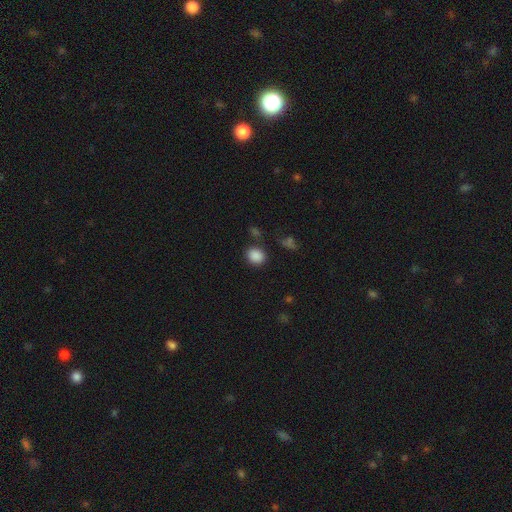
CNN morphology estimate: Smooth or featured?
  - smooth: 87% *
  - star or artifact: 10%
  - featured or disk: 3%
How rounded?
  - round: 71% *
  - in between: 28%
  - cigar-shaped: 1%
Merging?
  - none: 82% *
  - minor disturbance: 10%
  - merger: 5%
  - major disturbance: 4%